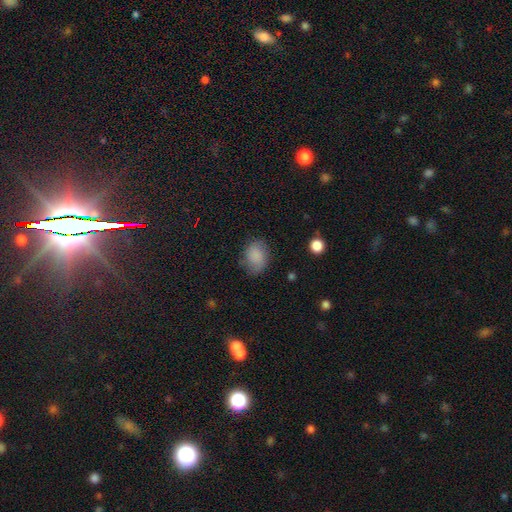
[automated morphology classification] Smooth or featured? smooth (77%)
How rounded? in between (66%)
Merging? none (67%)